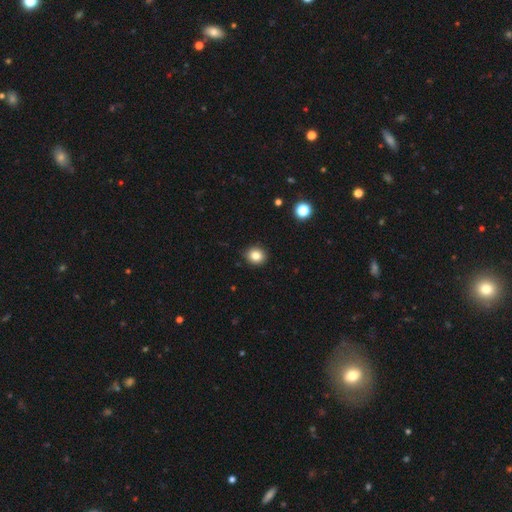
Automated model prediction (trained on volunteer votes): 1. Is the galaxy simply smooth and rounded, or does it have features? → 83% smooth, 11% star or artifact, 6% featured or disk.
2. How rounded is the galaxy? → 81% round, 18% in between, 1% cigar-shaped.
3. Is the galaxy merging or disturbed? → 91% none, 7% minor disturbance, 2% major disturbance, 1% merger.